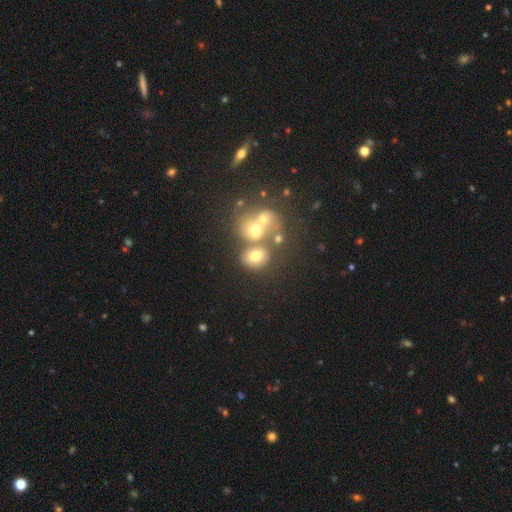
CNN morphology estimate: smooth-or-featured: smooth: 59% | featured or disk: 21% | star or artifact: 21%
  how-rounded: round: 62% | in between: 36% | cigar-shaped: 1%
  merging: none: 43% | merger: 41% | minor disturbance: 10% | major disturbance: 6%